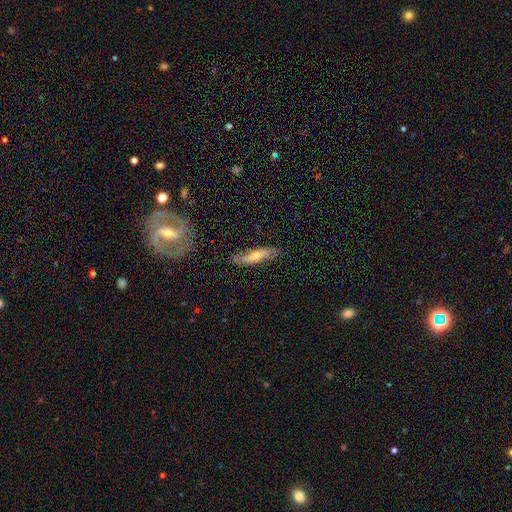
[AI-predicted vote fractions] Morphology: type=featured or disk (55%); edge-on=yes (58%); merging=none (79%).